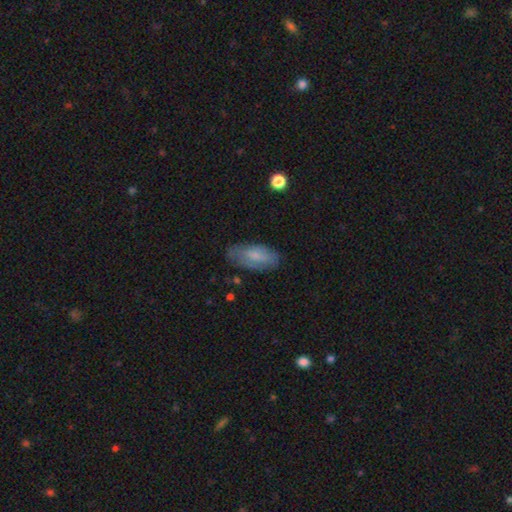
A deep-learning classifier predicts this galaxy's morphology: Q: Smooth or featured?
A: smooth (68%); runner-up: featured or disk (24%)
Q: How rounded?
A: in between (87%); runner-up: cigar-shaped (11%)
Q: Merging?
A: none (67%); runner-up: minor disturbance (24%)